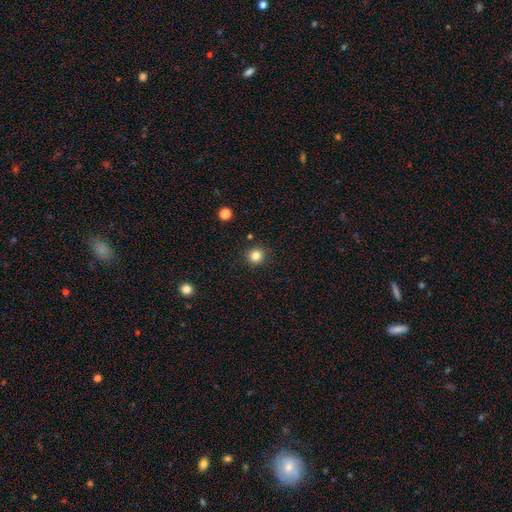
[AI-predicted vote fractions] Smooth or featured? Predicted: smooth (p=0.83). How rounded? Predicted: round (p=0.93). Merging? Predicted: none (p=0.91).